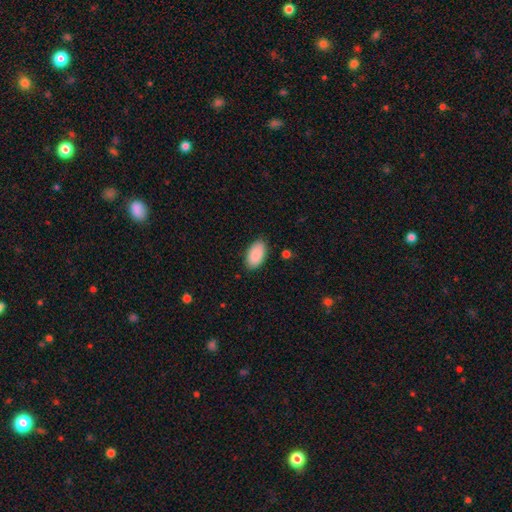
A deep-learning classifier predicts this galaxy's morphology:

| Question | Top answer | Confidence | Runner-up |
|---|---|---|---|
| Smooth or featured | smooth | 90% | star or artifact (6%) |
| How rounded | in between | 95% | round (3%) |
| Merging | none | 85% | minor disturbance (11%) |